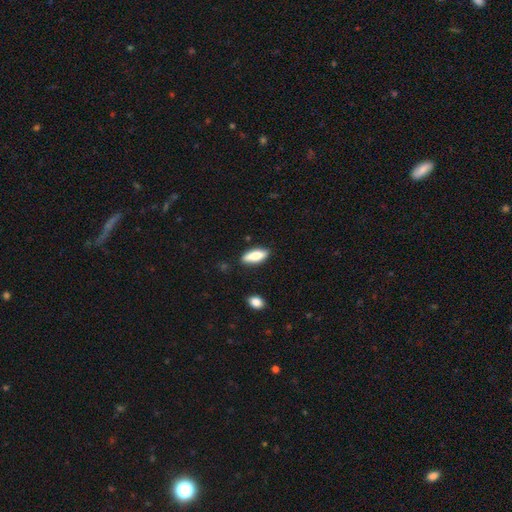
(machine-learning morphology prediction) This appears to be a smooth galaxy with no disk features (79%) that is in between round and cigar-shaped (70%). Merging: none (83%).